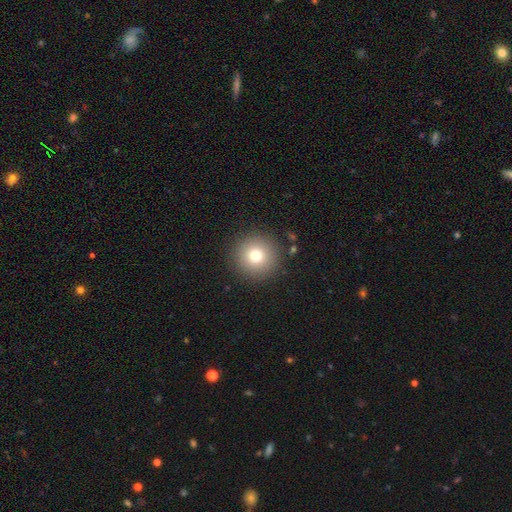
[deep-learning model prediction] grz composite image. It shows a smooth galaxy with no disk features (76%) that is round (96%). Merging: none (90%).